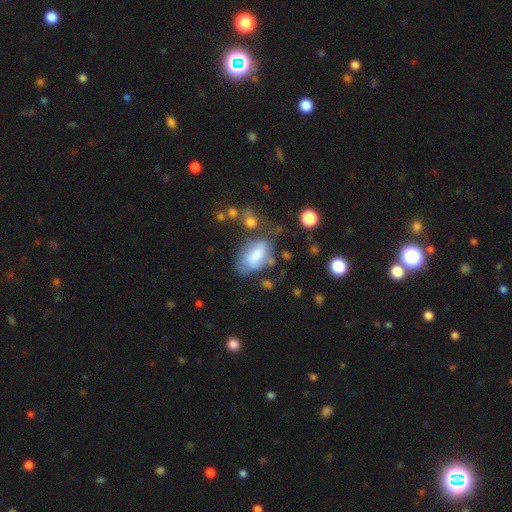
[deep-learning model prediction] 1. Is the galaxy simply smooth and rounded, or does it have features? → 70% smooth, 22% featured or disk, 8% star or artifact.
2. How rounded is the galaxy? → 90% in between, 8% round, 2% cigar-shaped.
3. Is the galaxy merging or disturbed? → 41% none, 28% minor disturbance, 19% major disturbance, 13% merger.